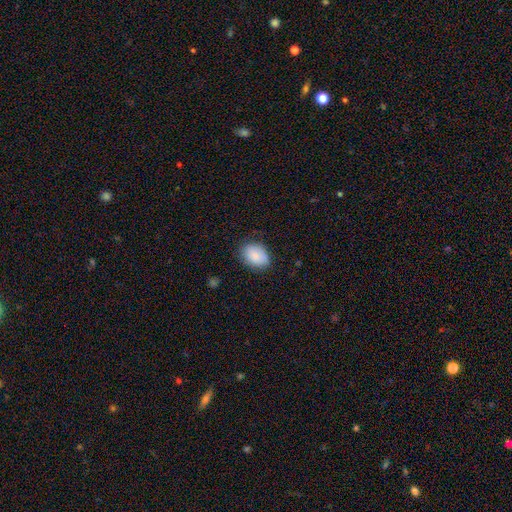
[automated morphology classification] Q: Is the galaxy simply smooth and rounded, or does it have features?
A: smooth — 87%.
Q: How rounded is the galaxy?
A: in between — 82%.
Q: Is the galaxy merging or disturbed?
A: none — 80%.